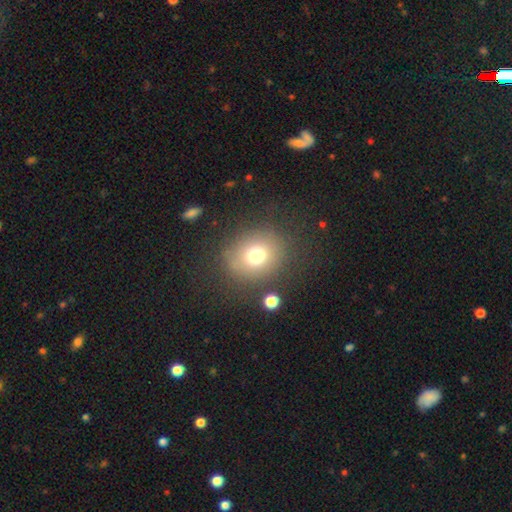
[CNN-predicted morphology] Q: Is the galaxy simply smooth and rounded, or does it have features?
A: smooth — 72%.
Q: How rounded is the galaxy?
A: round — 75%.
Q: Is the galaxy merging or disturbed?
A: none — 80%.